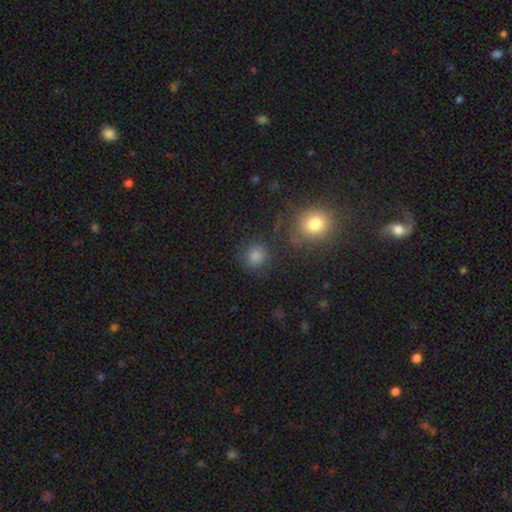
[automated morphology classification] smooth 79%, star or artifact 15%, featured or disk 6%. Down the decision tree: how rounded — round (89%); merging — none (80%).